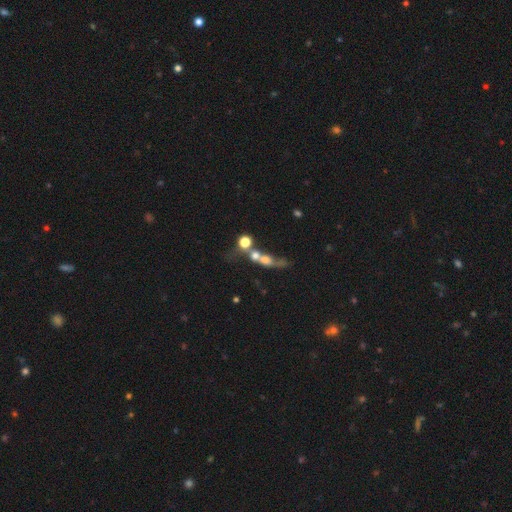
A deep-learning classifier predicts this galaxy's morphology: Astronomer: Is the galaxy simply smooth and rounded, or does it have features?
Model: smooth — 48% (runner-up: featured or disk, 35%).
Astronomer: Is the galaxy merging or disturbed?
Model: merger — 55%.